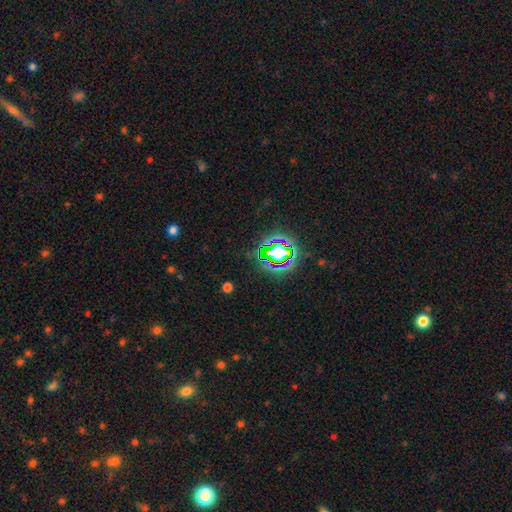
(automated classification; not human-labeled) Smooth or featured: star or artifact — 79% (smooth — 13%)